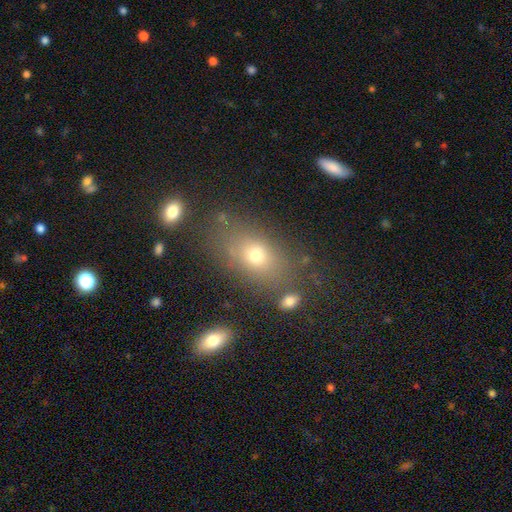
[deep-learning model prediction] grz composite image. It shows a smooth galaxy with no disk features (67%) that is in between round and cigar-shaped (77%). Merging: none (73%).